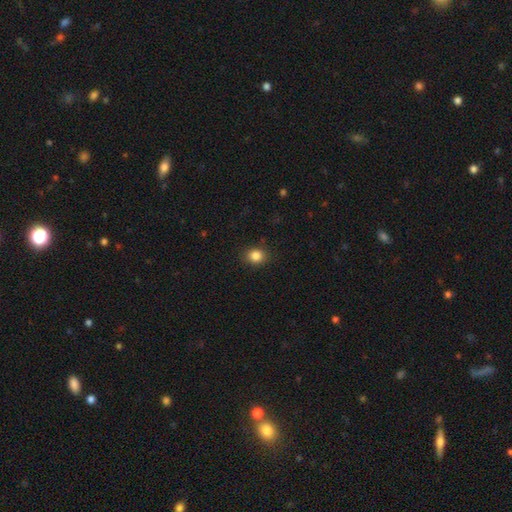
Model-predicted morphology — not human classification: This is clearly a smooth galaxy (85%). How rounded: likely round (66%). Merging: clearly none (87%).